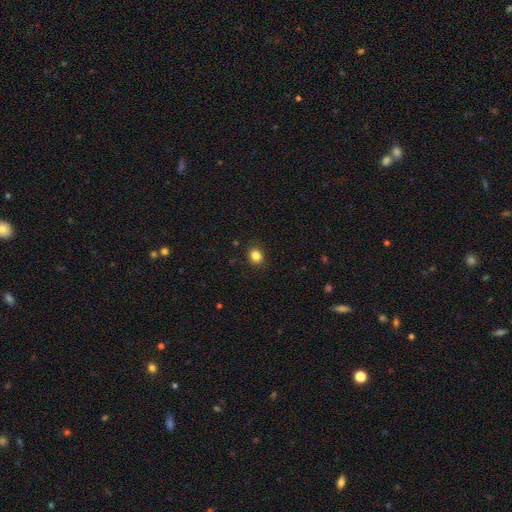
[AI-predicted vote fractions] Smooth or featured: smooth — 84% (star or artifact — 11%)
How rounded: round — 67% (in between — 32%)
Merging: none — 89% (minor disturbance — 8%)